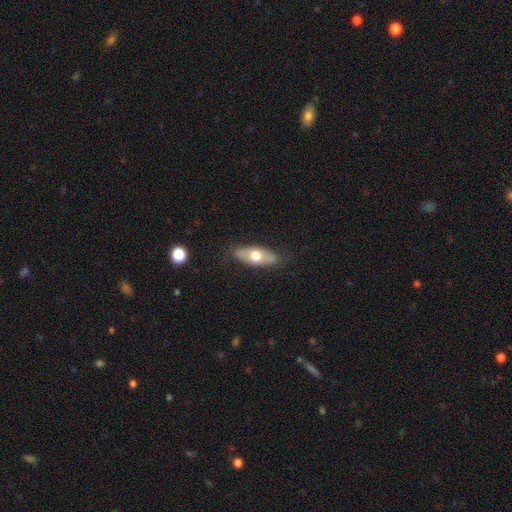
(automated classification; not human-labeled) Smooth or featured: smooth — 59% (featured or disk — 35%)
How rounded: in between — 73% (cigar-shaped — 24%)
Merging: none — 83% (minor disturbance — 13%)